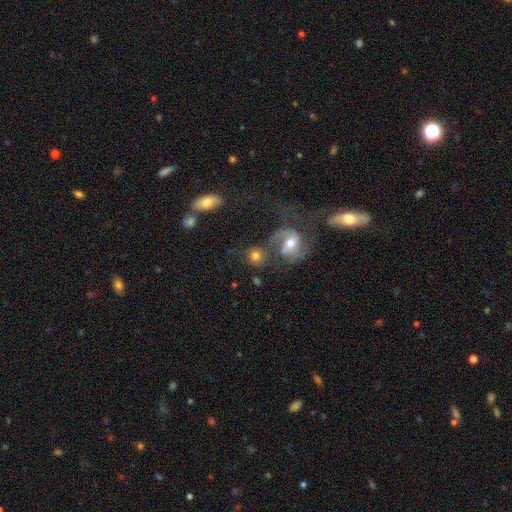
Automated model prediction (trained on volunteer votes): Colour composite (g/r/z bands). It shows a smooth galaxy with no disk features (58%) that is round (82%). Merging: none (52%).